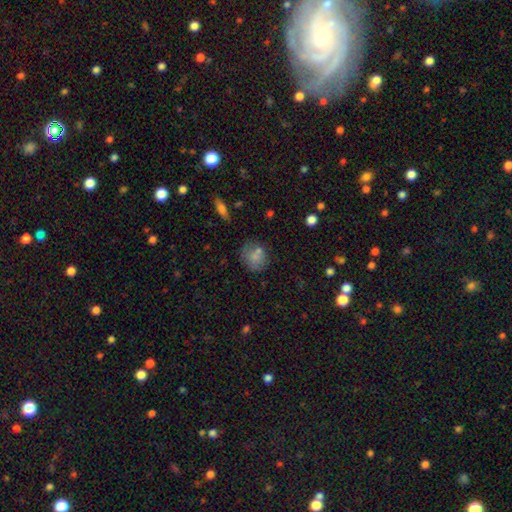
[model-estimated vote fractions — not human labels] smooth-or-featured: smooth: 73% | featured or disk: 17% | star or artifact: 10%
  how-rounded: round: 72% | in between: 27% | cigar-shaped: 1%
  merging: none: 54% | minor disturbance: 20% | merger: 17% | major disturbance: 9%